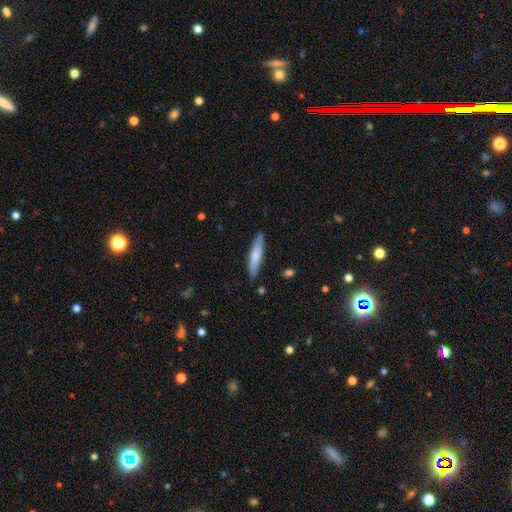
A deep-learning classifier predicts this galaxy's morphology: type=smooth (72%); roundness=cigar-shaped (83%); merging=none (85%).